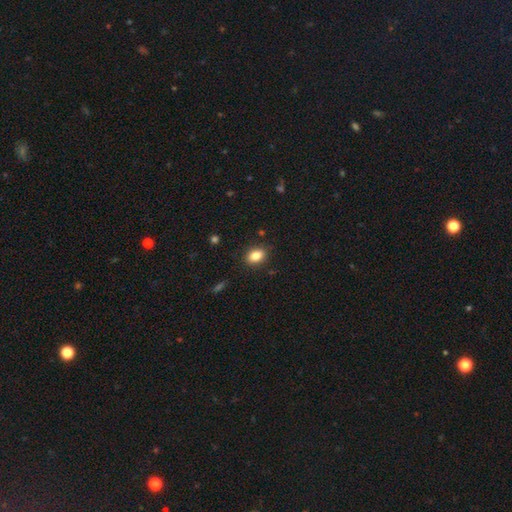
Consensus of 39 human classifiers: Smooth or featured?
  - smooth: 87% *
  - star or artifact: 10%
  - featured or disk: 3%
How rounded?
  - in between: 79% *
  - round: 21%
  - cigar-shaped: 0%
Merging?
  - none: 89% *
  - minor disturbance: 11%
  - major disturbance: 0%
  - merger: 0%